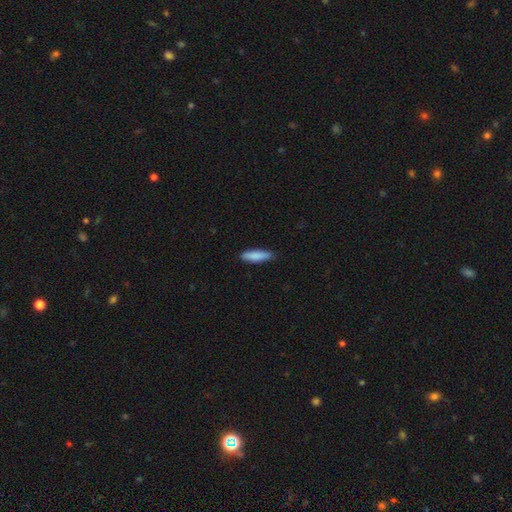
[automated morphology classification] Smooth or featured?
  - smooth: 86% *
  - featured or disk: 9%
  - star or artifact: 6%
How rounded?
  - cigar-shaped: 65% *
  - in between: 34%
  - round: 1%
Merging?
  - none: 85% *
  - minor disturbance: 12%
  - major disturbance: 2%
  - merger: 1%